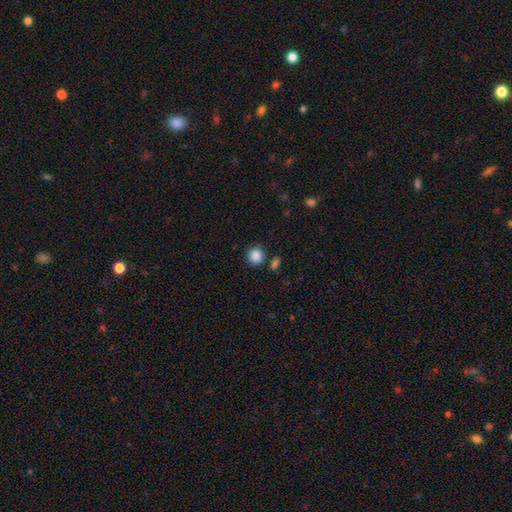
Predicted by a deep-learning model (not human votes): This appears to be a smooth galaxy with no disk features (88%) that is round (90%). Merging: none (83%).